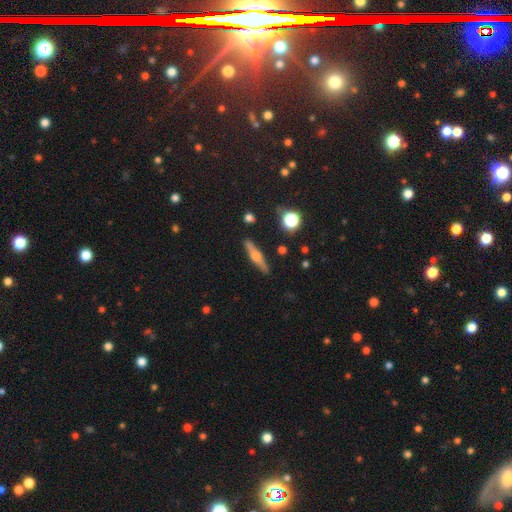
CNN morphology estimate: featured or disk 56%, smooth 36%, star or artifact 7%. Down the decision tree: edge-on disk — yes (95%); edge-on bulge — rounded (85%); merging — none (87%).